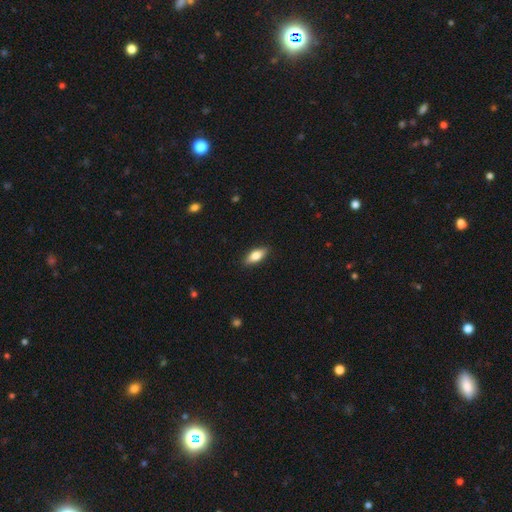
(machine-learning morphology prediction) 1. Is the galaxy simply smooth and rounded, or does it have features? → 72% smooth, 21% featured or disk, 6% star or artifact.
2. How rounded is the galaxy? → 75% in between, 22% cigar-shaped, 3% round.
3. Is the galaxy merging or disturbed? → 89% none, 9% minor disturbance, 2% major disturbance, 1% merger.